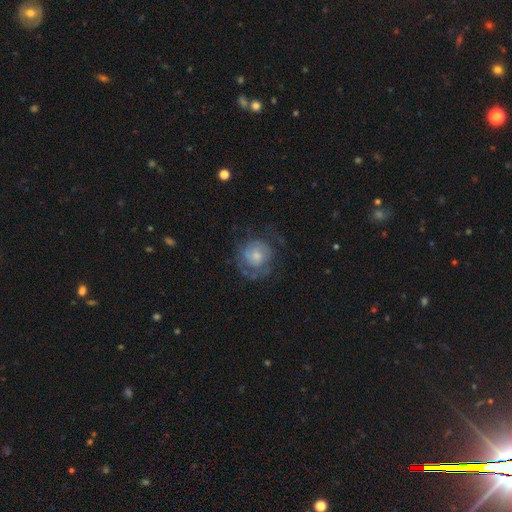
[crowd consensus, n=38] Q: Smooth or featured?
A: featured or disk (76%); runner-up: smooth (18%)
Q: Edge-on disk?
A: no (100%)
Q: Bar?
A: no (72%); runner-up: weak (28%)
Q: Spiral arms?
A: yes (72%); runner-up: no (28%)
Q: Spiral winding?
A: medium (62%); runner-up: tight (19%)
Q: Spiral arm count?
A: 2 (43%); runner-up: can't tell (38%)
Q: Bulge size?
A: small (48%); runner-up: moderate (31%)
Q: Merging?
A: none (64%); runner-up: minor disturbance (19%)